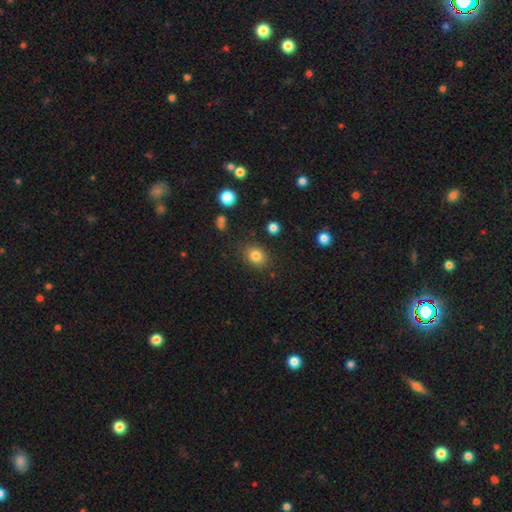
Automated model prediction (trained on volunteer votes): This is clearly a smooth galaxy (82%). How rounded: possibly round (59%). Merging: clearly none (84%).